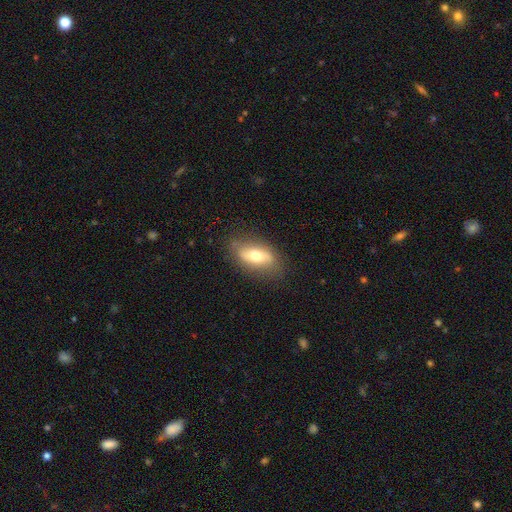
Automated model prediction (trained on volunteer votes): Overall: smooth (57%; featured or disk 36%). How rounded: in between (81%). Merging: none (78%).